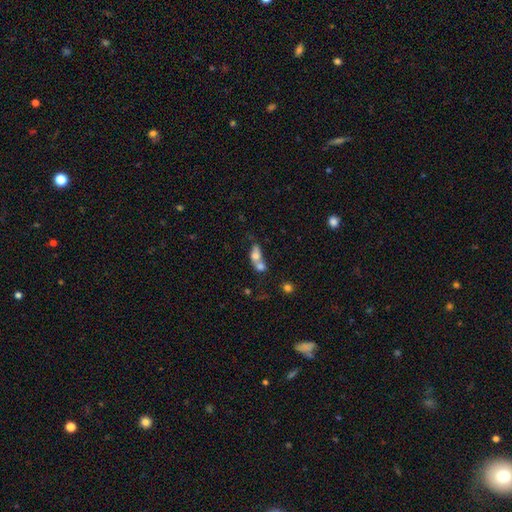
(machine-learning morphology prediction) Overall: smooth (68%). How rounded: in between (70%). Merging: merger (71%).